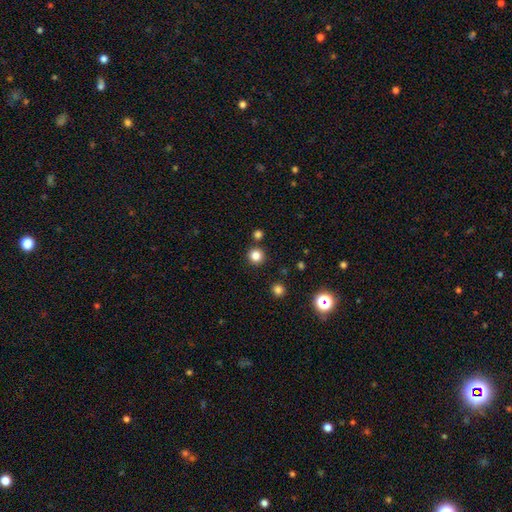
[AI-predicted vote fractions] This is clearly a smooth galaxy (83%). How rounded: clearly round (95%). Merging: clearly none (89%).